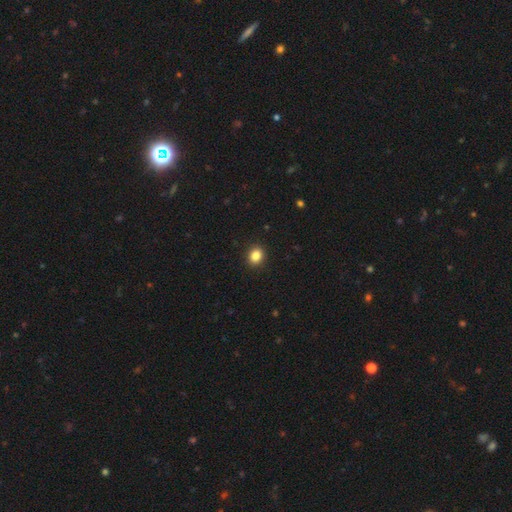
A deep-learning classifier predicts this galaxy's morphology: smooth 85%, star or artifact 10%, featured or disk 4%. Down the decision tree: how rounded — round (65%); merging — none (92%).